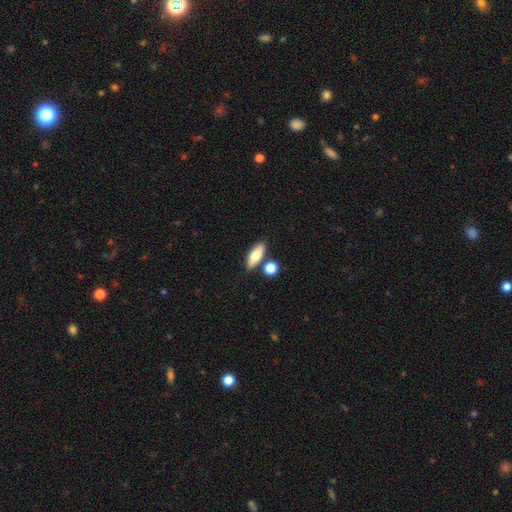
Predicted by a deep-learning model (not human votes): Smooth or featured: smooth — 75% (featured or disk — 18%)
How rounded: in between — 74% (cigar-shaped — 20%)
Merging: none — 74% (merger — 13%)